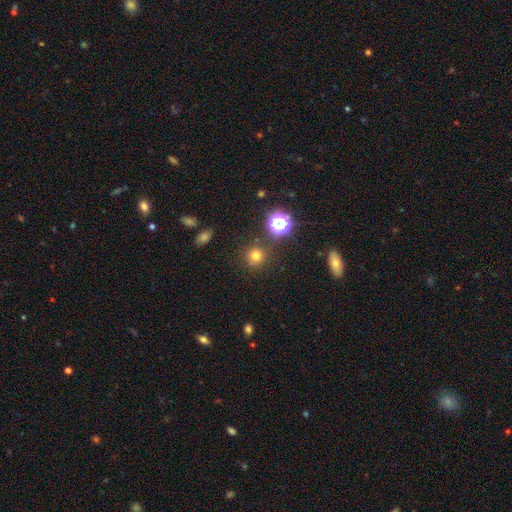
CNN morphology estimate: Smooth or featured? smooth (71%)
How rounded? round (93%)
Merging? none (87%)